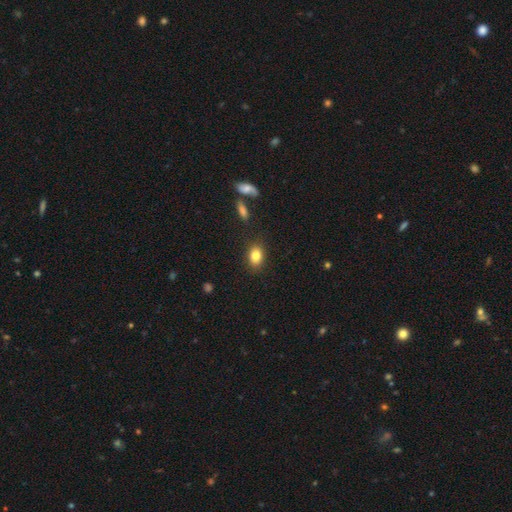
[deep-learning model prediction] smooth_or_featured: smooth (p=0.82) [alt: star or artifact p=0.09]
how_rounded: in between (p=0.76) [alt: round p=0.22]
merging: none (p=0.86) [alt: minor disturbance p=0.09]